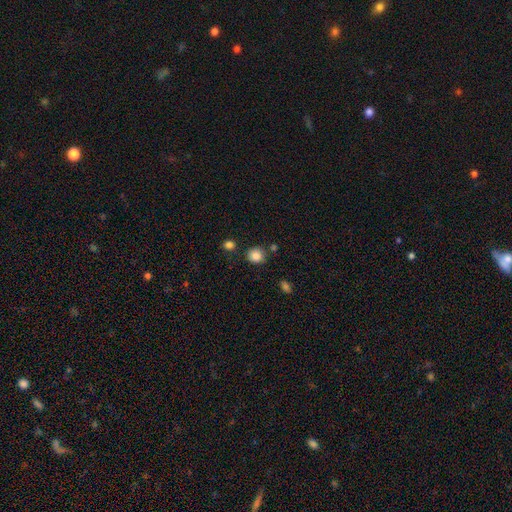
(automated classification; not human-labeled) Smooth or featured? smooth (86%)
How rounded? round (82%)
Merging? none (81%)